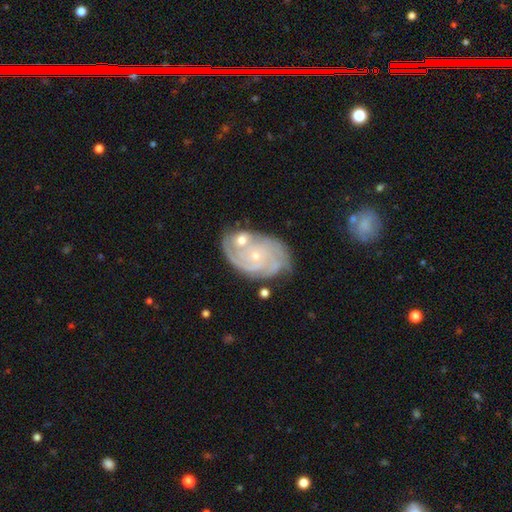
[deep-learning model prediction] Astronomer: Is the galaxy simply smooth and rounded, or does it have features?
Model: featured or disk — 84%.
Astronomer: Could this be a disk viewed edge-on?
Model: no — 97%.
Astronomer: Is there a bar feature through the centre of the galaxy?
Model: no — 77%.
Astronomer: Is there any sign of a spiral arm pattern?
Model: yes — 96%.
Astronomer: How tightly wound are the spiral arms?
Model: tight — 72%.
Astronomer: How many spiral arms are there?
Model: can't tell — 27% (runner-up: 3, 26%).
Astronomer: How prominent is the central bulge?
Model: small — 80%.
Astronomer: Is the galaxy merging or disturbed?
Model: none — 55%.